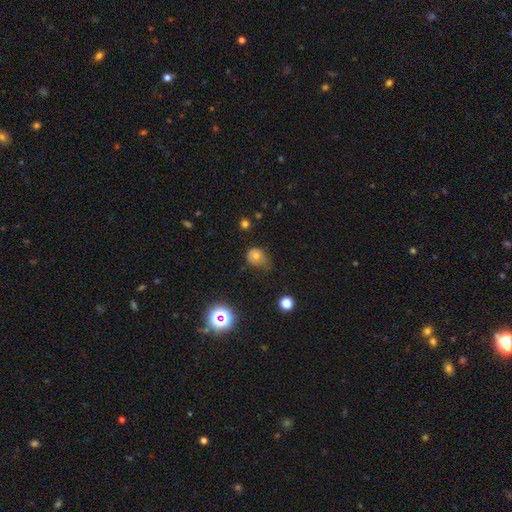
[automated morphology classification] smooth-or-featured: smooth: 66% | featured or disk: 20% | star or artifact: 14%
  how-rounded: round: 61% | in between: 38% | cigar-shaped: 1%
  merging: minor disturbance: 41% | none: 36% | major disturbance: 21% | merger: 2%